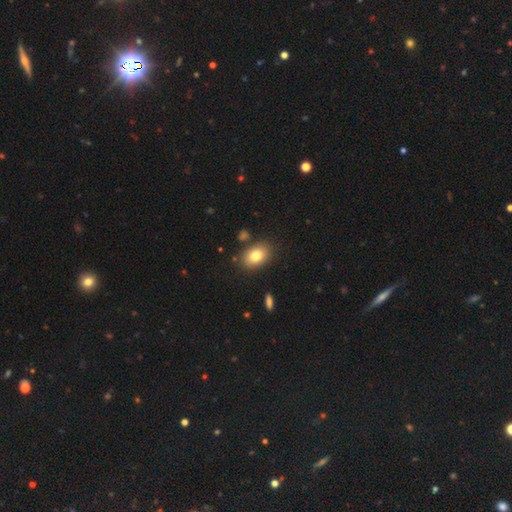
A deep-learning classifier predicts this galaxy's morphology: Smooth or featured? Predicted: smooth (p=0.80). How rounded? Predicted: in between (p=0.83). Merging? Predicted: none (p=0.83).